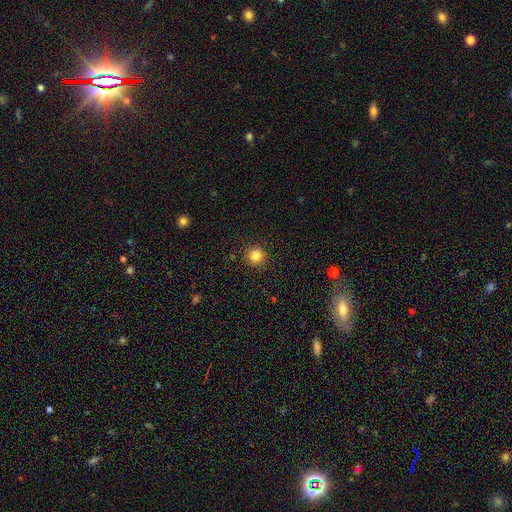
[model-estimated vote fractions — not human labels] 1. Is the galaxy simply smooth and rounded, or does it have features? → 84% smooth, 12% star or artifact, 5% featured or disk.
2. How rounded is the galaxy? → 94% round, 5% in between, 1% cigar-shaped.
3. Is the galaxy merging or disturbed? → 92% none, 5% minor disturbance, 2% major disturbance, 1% merger.